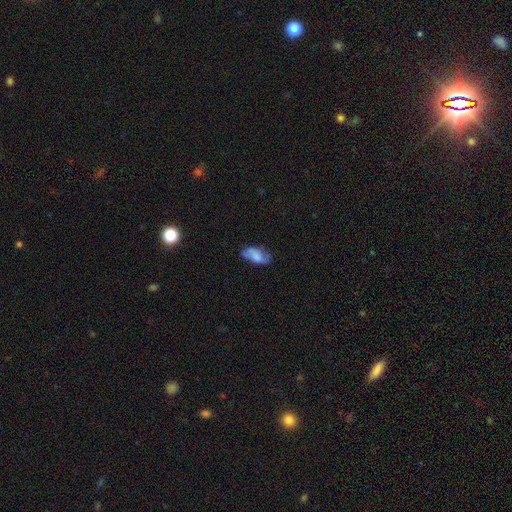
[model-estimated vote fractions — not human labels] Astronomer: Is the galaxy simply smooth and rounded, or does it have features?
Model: smooth — 59%.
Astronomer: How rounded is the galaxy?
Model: in between — 89%.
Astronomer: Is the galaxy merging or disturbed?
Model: none — 53% (runner-up: minor disturbance, 29%).